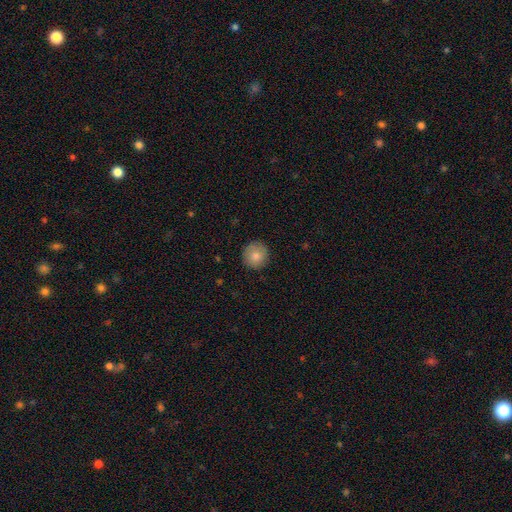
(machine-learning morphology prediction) Smooth or featured? smooth (80%)
How rounded? round (91%)
Merging? none (88%)